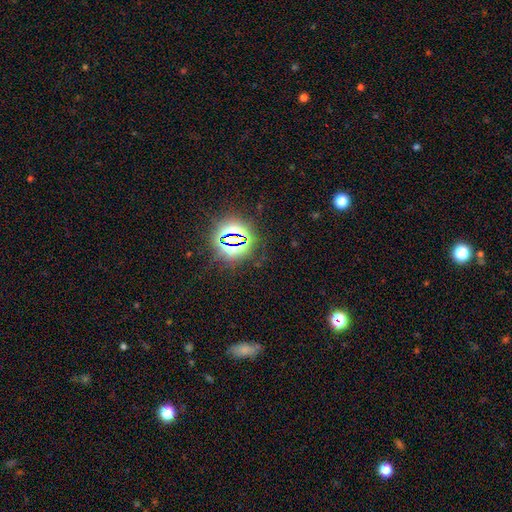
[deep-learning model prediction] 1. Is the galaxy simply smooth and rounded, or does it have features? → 76% star or artifact, 15% smooth, 8% featured or disk.